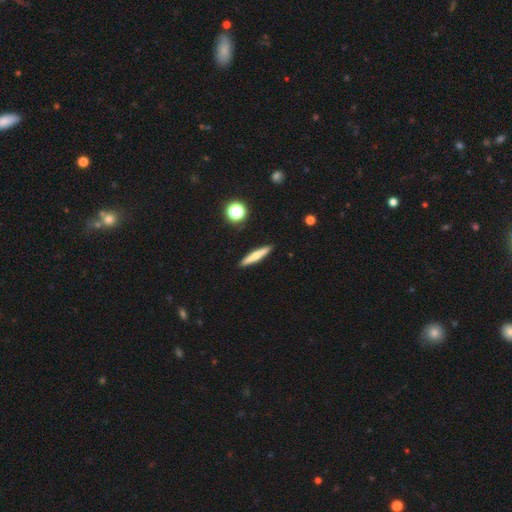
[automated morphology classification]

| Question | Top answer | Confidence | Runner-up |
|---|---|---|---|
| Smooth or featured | smooth | 59% | featured or disk (33%) |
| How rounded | cigar-shaped | 90% | in between (8%) |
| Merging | none | 91% | minor disturbance (6%) |